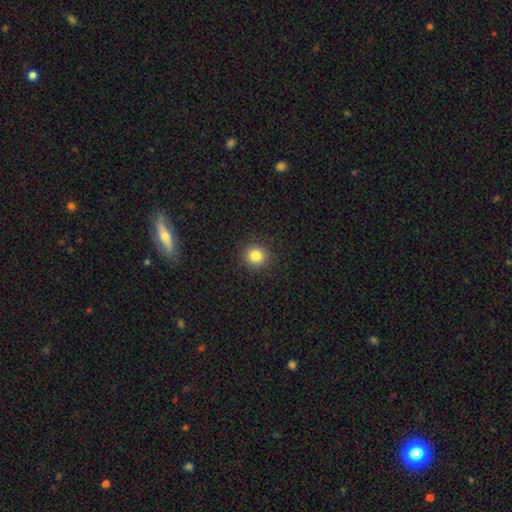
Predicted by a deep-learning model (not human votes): Morphology: type=smooth (84%); roundness=round (90%); merging=none (92%).